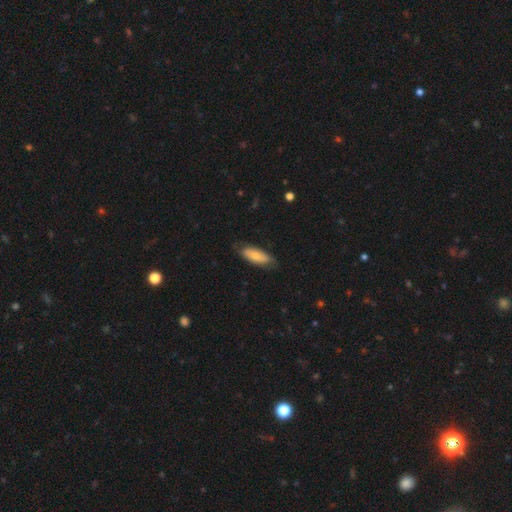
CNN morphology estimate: The model was most divided on "smooth or featured": smooth: 72%, featured or disk: 23%, star or artifact: 6%. More confident: how rounded — in between (74%); merging — none (72%).